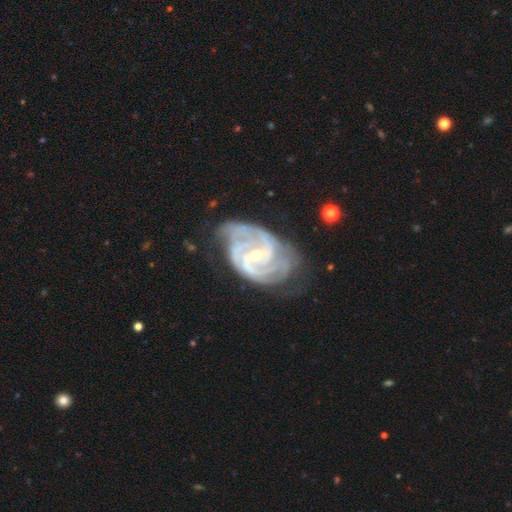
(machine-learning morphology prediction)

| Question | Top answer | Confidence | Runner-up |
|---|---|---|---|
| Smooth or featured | featured or disk | 91% | star or artifact (5%) |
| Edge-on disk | no | 97% | yes (3%) |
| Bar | weak | 48% | no (31%) |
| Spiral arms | yes | 98% | no (2%) |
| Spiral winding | tight | 61% | medium (34%) |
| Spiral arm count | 2 | 31% | 3 (27%) |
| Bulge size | small | 64% | moderate (33%) |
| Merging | none | 58% | minor disturbance (27%) |